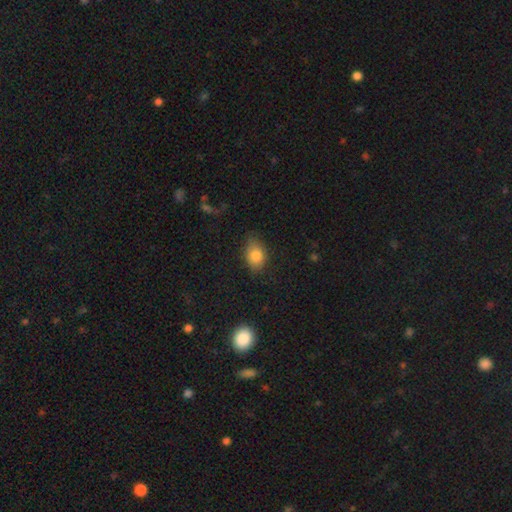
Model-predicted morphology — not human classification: A smooth galaxy with no disk features (82%) that is in between round and cigar-shaped (79%).

Vote fractions:
- Smooth or featured? smooth: 82% / star or artifact: 9% / featured or disk: 9%
- How rounded? in between: 79% / round: 19% / cigar-shaped: 2%
- Merging? none: 75% / minor disturbance: 20% / major disturbance: 4% / merger: 1%